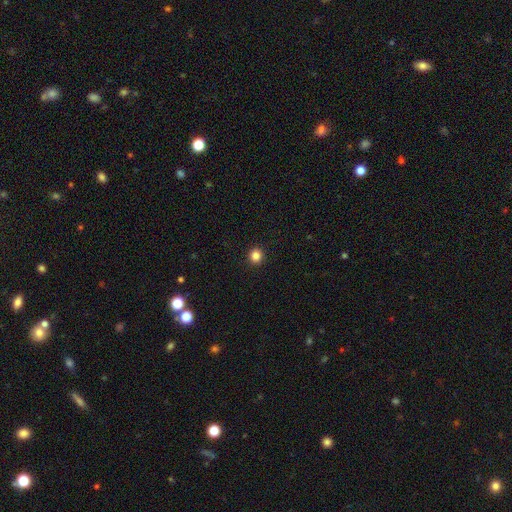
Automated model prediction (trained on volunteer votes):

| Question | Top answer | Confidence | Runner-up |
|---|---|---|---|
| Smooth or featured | smooth | 85% | star or artifact (12%) |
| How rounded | round | 93% | in between (6%) |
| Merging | none | 93% | minor disturbance (4%) |